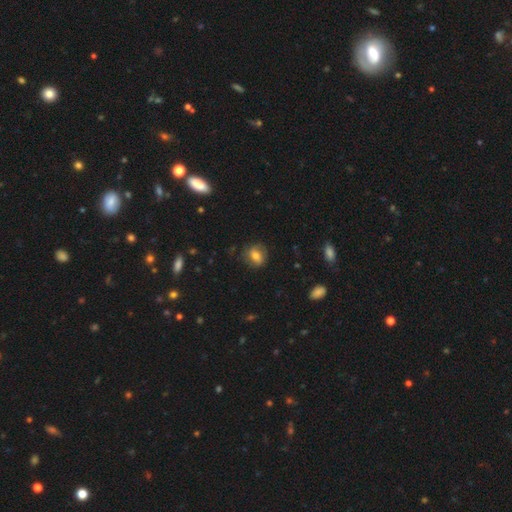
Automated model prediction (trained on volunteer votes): A smooth galaxy with no disk features (69%) that is in between round and cigar-shaped (53%).

Vote fractions:
- Smooth or featured? smooth: 69% / featured or disk: 21% / star or artifact: 10%
- How rounded? in between: 53% / round: 44% / cigar-shaped: 2%
- Merging? none: 74% / minor disturbance: 18% / major disturbance: 6% / merger: 1%